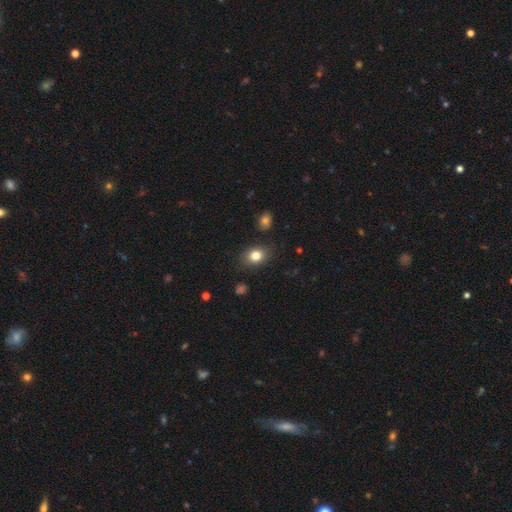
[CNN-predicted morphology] The model was most divided on "how rounded": in between: 61%, round: 38%, cigar-shaped: 1%. More confident: merging — none (83%); smooth or featured — smooth (81%).